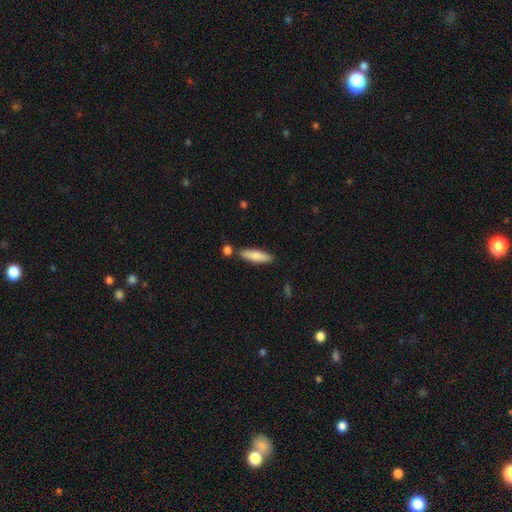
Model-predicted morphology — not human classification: A smooth galaxy with no disk features (78%) that is cigar-shaped (69%). Merging: none (80%).